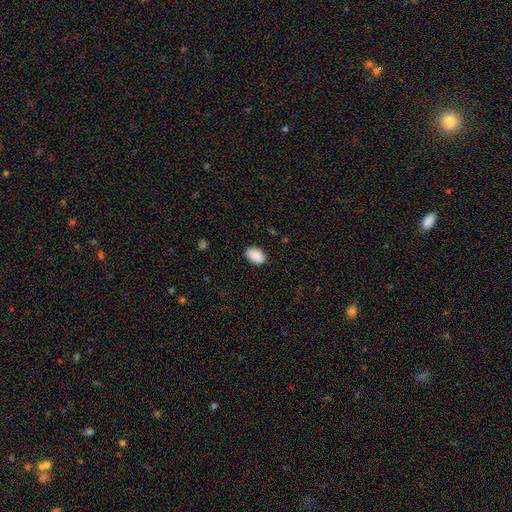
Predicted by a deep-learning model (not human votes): Overall: smooth (90%). How rounded: in between (86%). Merging: none (88%).